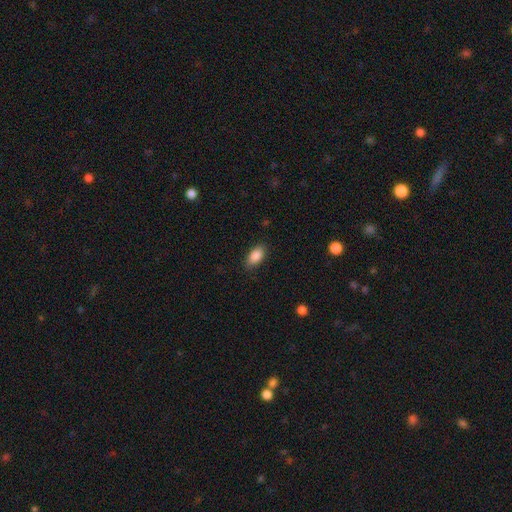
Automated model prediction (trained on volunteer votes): Overall: smooth (88%). How rounded: in between (92%). Merging: none (84%).